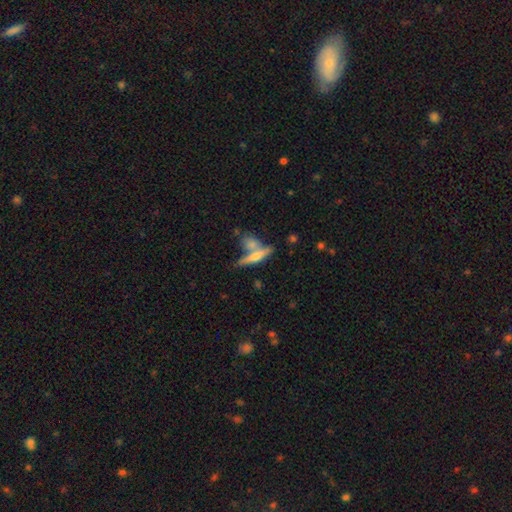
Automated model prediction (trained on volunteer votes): Overall: featured or disk (46%, tied with smooth). Merging: none (53%; merger 33%).